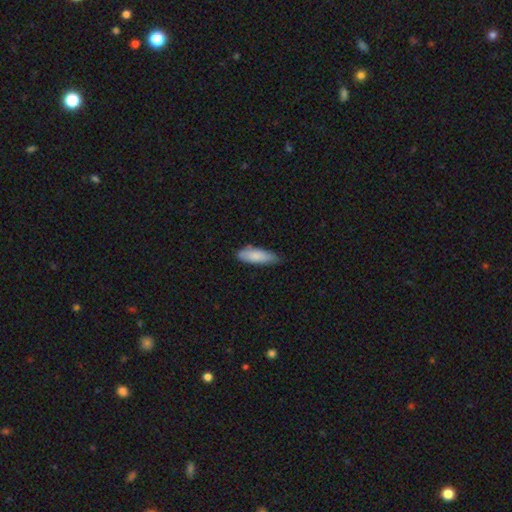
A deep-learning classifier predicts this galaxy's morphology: This appears to be a smooth galaxy with no disk features (82%) that is in between round and cigar-shaped (57%). Merging: none (64%).